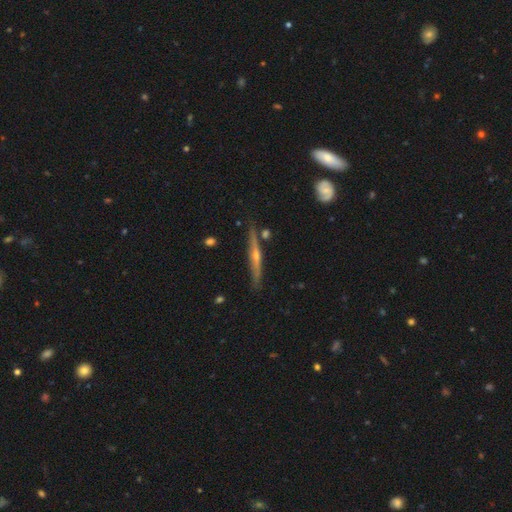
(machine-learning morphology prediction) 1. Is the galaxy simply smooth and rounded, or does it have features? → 77% featured or disk, 17% smooth, 6% star or artifact.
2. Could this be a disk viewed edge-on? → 97% yes, 3% no.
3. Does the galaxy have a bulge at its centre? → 84% rounded, 12% none, 4% boxy.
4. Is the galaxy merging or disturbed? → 85% none, 10% minor disturbance, 3% merger, 2% major disturbance.